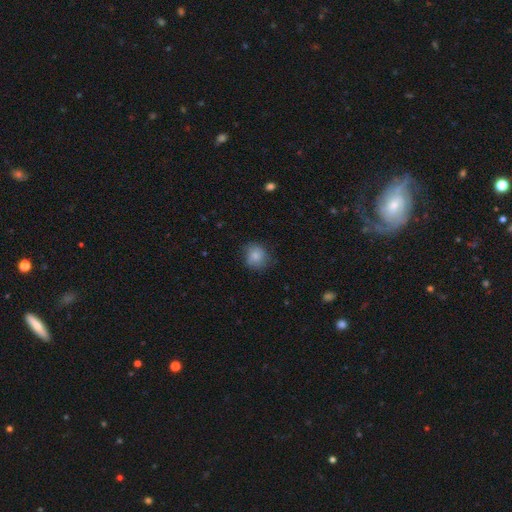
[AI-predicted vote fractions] This is clearly a smooth galaxy (82%). How rounded: clearly round (84%). Merging: likely none (76%).